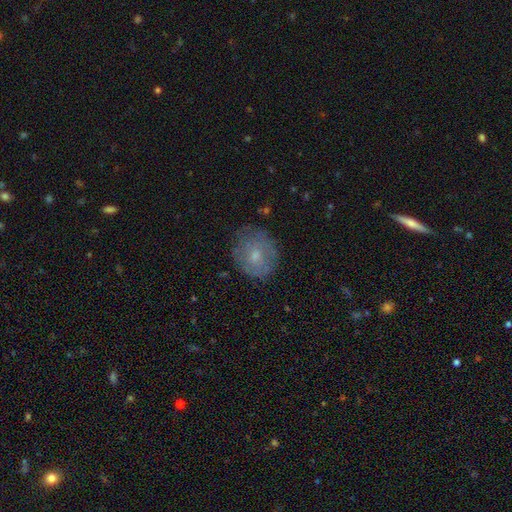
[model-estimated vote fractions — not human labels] smooth-or-featured: smooth: 58% | featured or disk: 33% | star or artifact: 9%
  how-rounded: round: 75% | in between: 24% | cigar-shaped: 1%
  merging: none: 73% | minor disturbance: 19% | major disturbance: 6% | merger: 1%